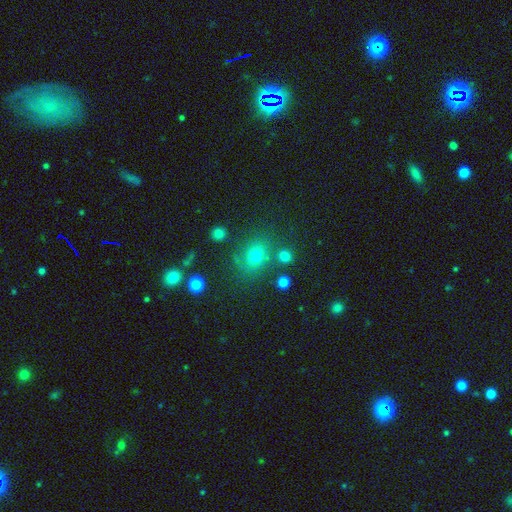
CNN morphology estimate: Smooth or featured: smooth — 72% (star or artifact — 18%)
How rounded: round — 62% (in between — 37%)
Merging: none — 72% (minor disturbance — 13%)